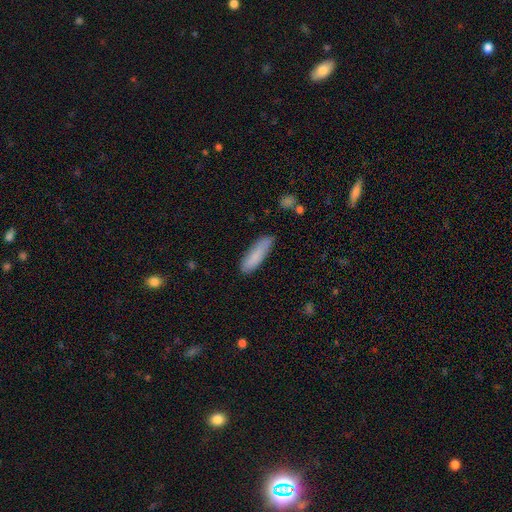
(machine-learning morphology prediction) Smooth or featured? Predicted: smooth (p=0.82). How rounded? Predicted: cigar-shaped (p=0.59). Merging? Predicted: none (p=0.78).